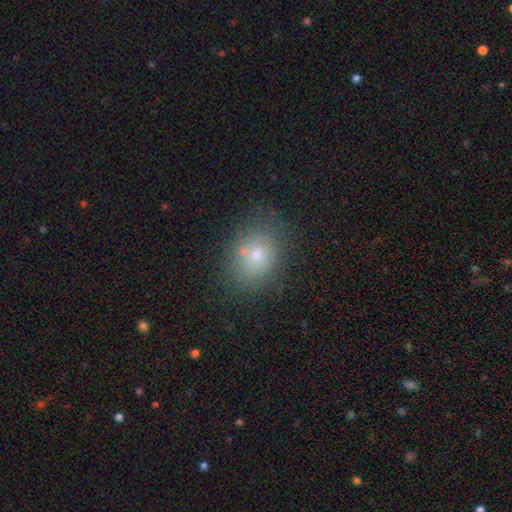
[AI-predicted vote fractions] A smooth galaxy with no disk features (72%) that is in between round and cigar-shaped (53%).

Vote fractions:
- Smooth or featured? smooth: 72% / featured or disk: 14% / star or artifact: 14%
- How rounded? in between: 53% / round: 46% / cigar-shaped: 1%
- Merging? none: 73% / minor disturbance: 14% / merger: 8% / major disturbance: 5%